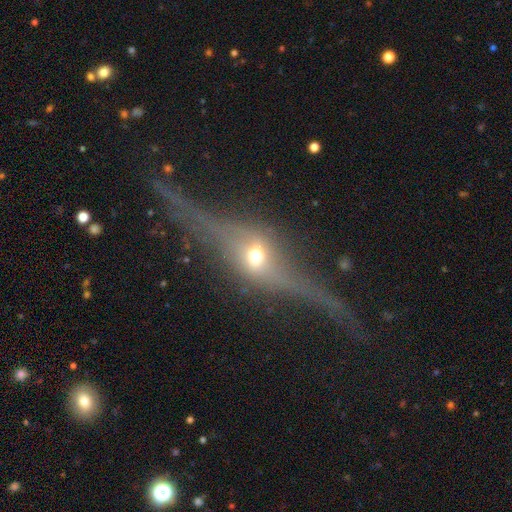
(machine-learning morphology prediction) Smooth or featured? featured or disk (62%)
Edge-on disk? yes (72%)
Merging? none (55%)